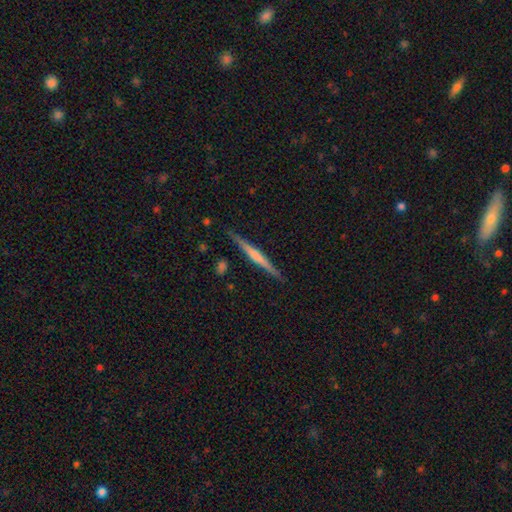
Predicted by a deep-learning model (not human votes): Smooth or featured? Predicted: featured or disk (p=0.64). Edge-on disk? Predicted: yes (p=0.98). Edge-on bulge? Predicted: none (p=0.43). Merging? Predicted: none (p=0.89).